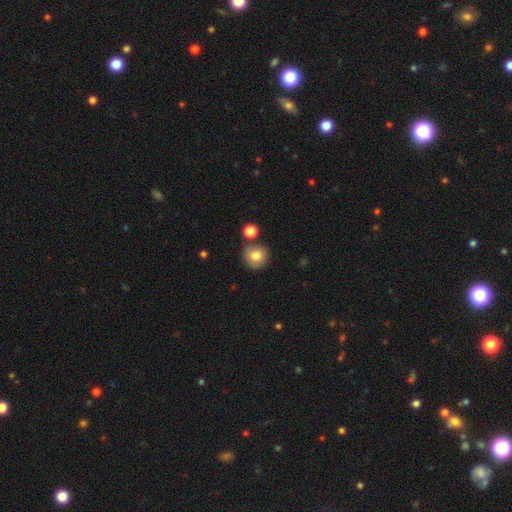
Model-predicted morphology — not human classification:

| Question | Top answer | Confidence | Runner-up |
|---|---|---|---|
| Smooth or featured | smooth | 81% | featured or disk (10%) |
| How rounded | round | 92% | in between (7%) |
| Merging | none | 78% | merger (10%) |